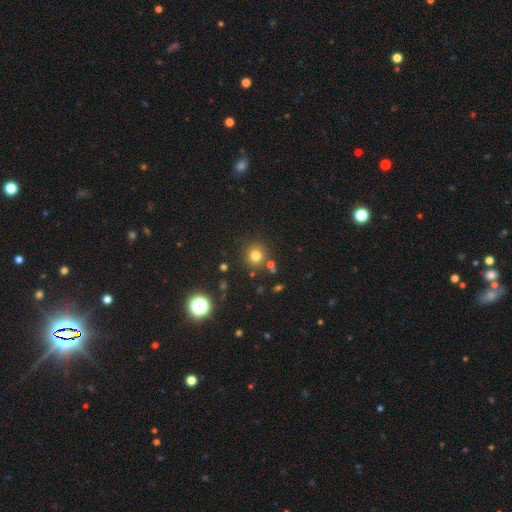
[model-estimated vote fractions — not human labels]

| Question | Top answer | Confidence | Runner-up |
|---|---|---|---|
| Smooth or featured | smooth | 76% | star or artifact (17%) |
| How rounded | round | 92% | in between (7%) |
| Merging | none | 82% | minor disturbance (8%) |